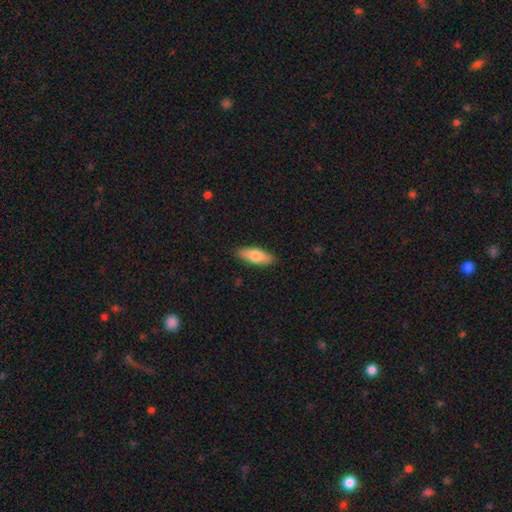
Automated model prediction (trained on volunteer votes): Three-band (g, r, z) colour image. It shows a smooth galaxy with no disk features (75%) that is in between round and cigar-shaped (70%). Merging: none (89%).